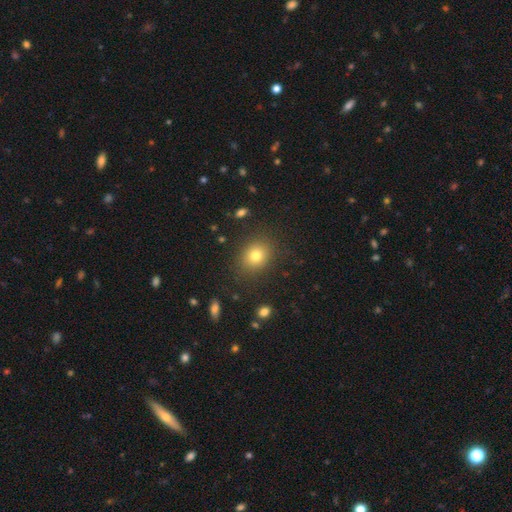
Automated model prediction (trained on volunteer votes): A smooth galaxy with no disk features (78%) that is round (56%).

Vote fractions:
- Smooth or featured? smooth: 78% / star or artifact: 13% / featured or disk: 10%
- How rounded? round: 56% / in between: 43% / cigar-shaped: 1%
- Merging? none: 86% / minor disturbance: 9% / major disturbance: 4% / merger: 1%